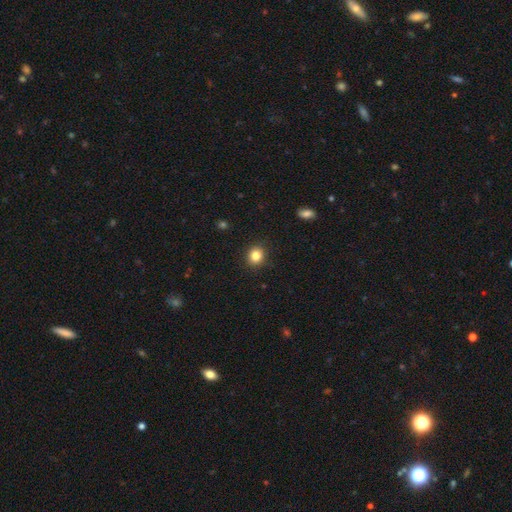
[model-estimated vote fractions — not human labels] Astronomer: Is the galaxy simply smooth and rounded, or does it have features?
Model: smooth — 84%.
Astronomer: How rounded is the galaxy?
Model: round — 76%.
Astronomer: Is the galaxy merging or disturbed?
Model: none — 90%.